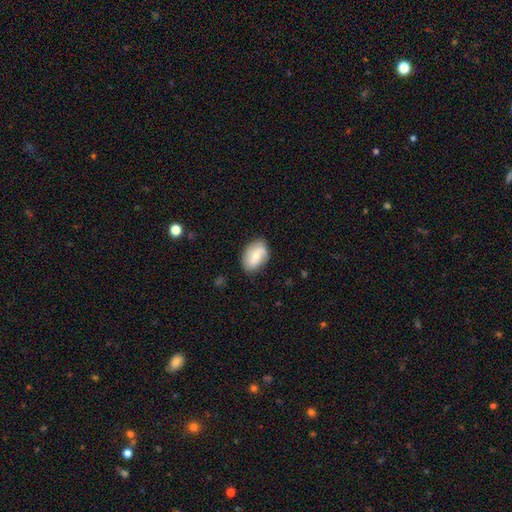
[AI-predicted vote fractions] smooth-or-featured: featured or disk: 49% | smooth: 44% | star or artifact: 7%
  merging: none: 79% | minor disturbance: 16% | major disturbance: 4% | merger: 1%